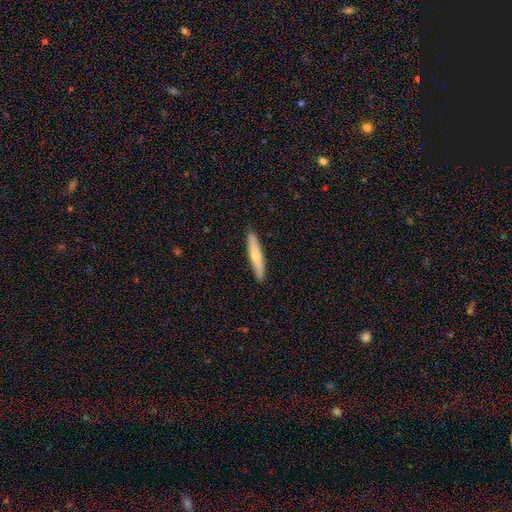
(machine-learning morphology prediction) Smooth or featured: smooth — 60% (featured or disk — 35%)
How rounded: cigar-shaped — 90% (in between — 9%)
Merging: none — 90% (minor disturbance — 7%)